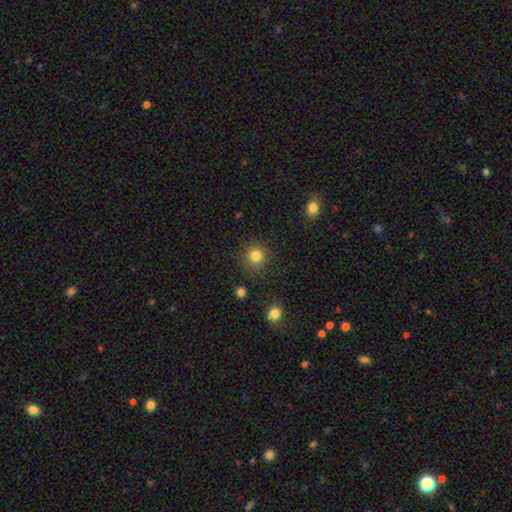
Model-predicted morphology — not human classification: Smooth or featured?
  - smooth: 83% *
  - star or artifact: 12%
  - featured or disk: 5%
How rounded?
  - round: 93% *
  - in between: 6%
  - cigar-shaped: 1%
Merging?
  - none: 88% *
  - minor disturbance: 8%
  - major disturbance: 3%
  - merger: 2%